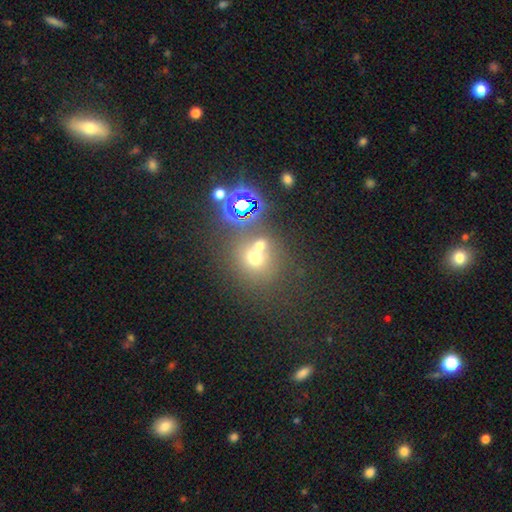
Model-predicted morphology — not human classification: smooth-or-featured: smooth: 58% | star or artifact: 28% | featured or disk: 14%
  how-rounded: round: 83% | in between: 16% | cigar-shaped: 1%
  merging: none: 49% | merger: 39% | minor disturbance: 8% | major disturbance: 4%